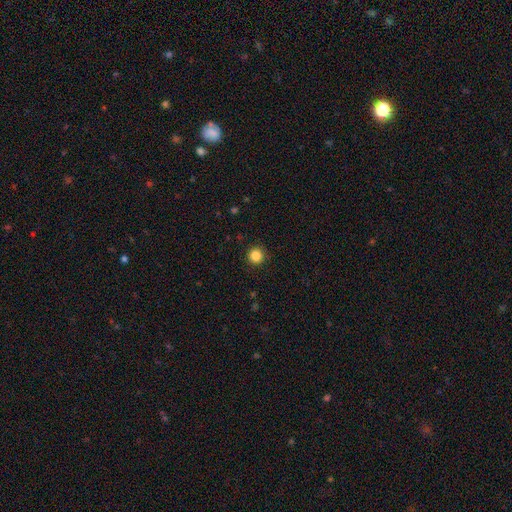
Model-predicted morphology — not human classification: A smooth galaxy with no disk features (86%) that is round (94%).

Vote fractions:
- Smooth or featured? smooth: 86% / star or artifact: 11% / featured or disk: 3%
- How rounded? round: 94% / in between: 5% / cigar-shaped: 1%
- Merging? none: 92% / minor disturbance: 5% / major disturbance: 2% / merger: 1%